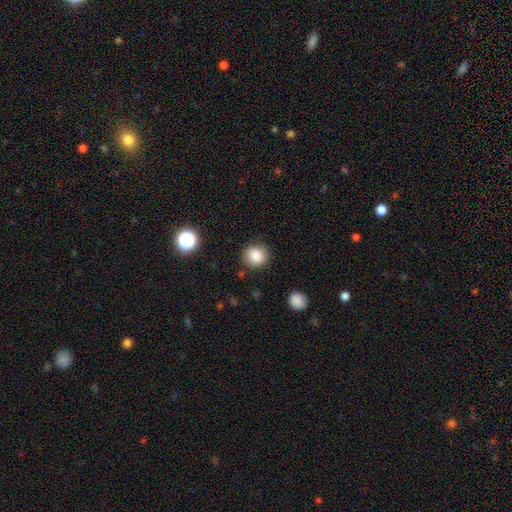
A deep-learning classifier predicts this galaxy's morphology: A smooth galaxy with no disk features (85%) that is round (88%). Merging: none (86%).